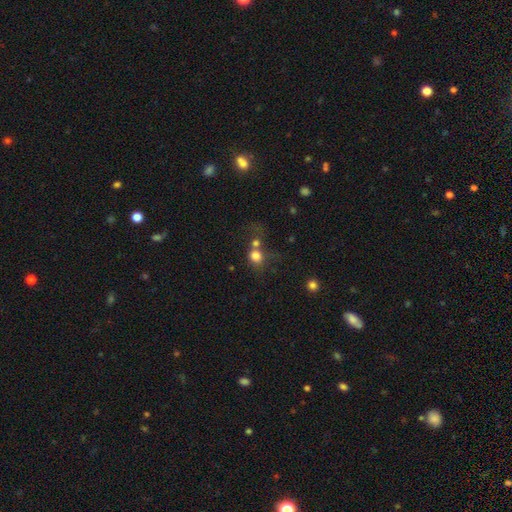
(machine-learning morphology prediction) Overall: smooth (77%). How rounded: round (78%). Merging: merger (45%; none 36%).